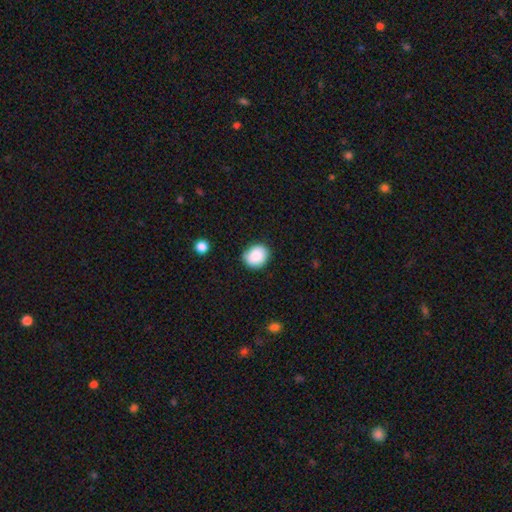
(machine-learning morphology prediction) smooth-or-featured: smooth: 85% | star or artifact: 8% | featured or disk: 7%
  how-rounded: round: 70% | in between: 30% | cigar-shaped: 1%
  merging: none: 80% | minor disturbance: 15% | major disturbance: 3% | merger: 2%